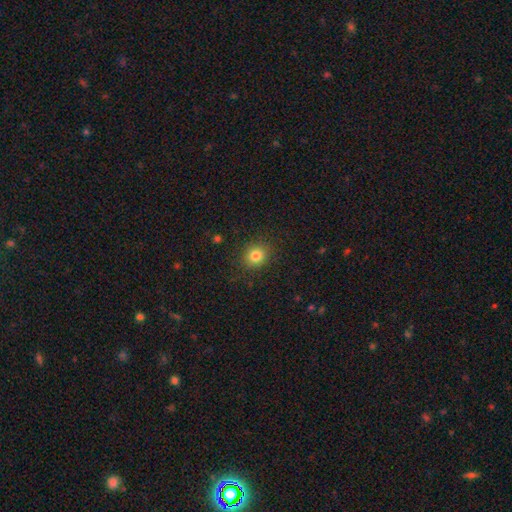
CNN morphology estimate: Smooth or featured: smooth — 82% (star or artifact — 12%)
How rounded: round — 75% (in between — 24%)
Merging: none — 88% (minor disturbance — 8%)